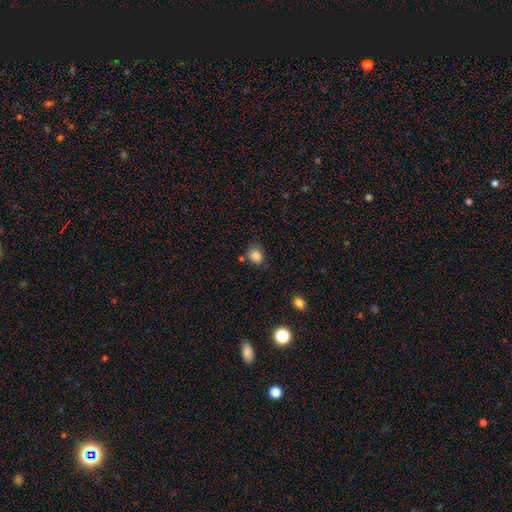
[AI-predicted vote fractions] Smooth or featured: smooth — 84% (star or artifact — 10%)
How rounded: round — 51% (in between — 48%)
Merging: none — 63% (minor disturbance — 24%)